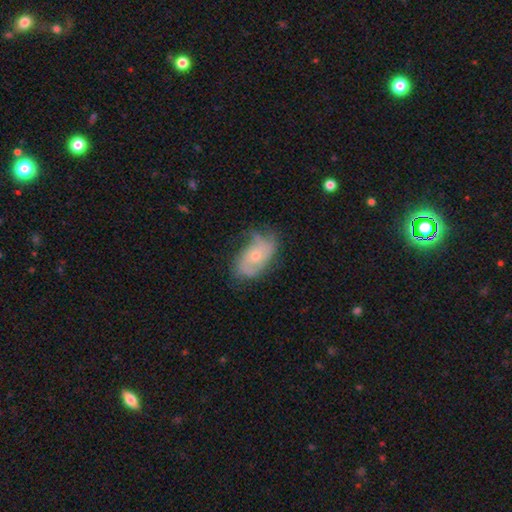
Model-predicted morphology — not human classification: Smooth or featured: featured or disk — 65% (smooth — 28%)
Edge-on disk: no — 95% (yes — 5%)
Bar: no — 78% (weak — 18%)
Spiral arms: yes — 84% (no — 16%)
Spiral winding: medium — 39% (tight — 33%)
Spiral arm count: 2 — 43% (can't tell — 27%)
Bulge size: small — 59% (moderate — 38%)
Merging: none — 54% (minor disturbance — 30%)